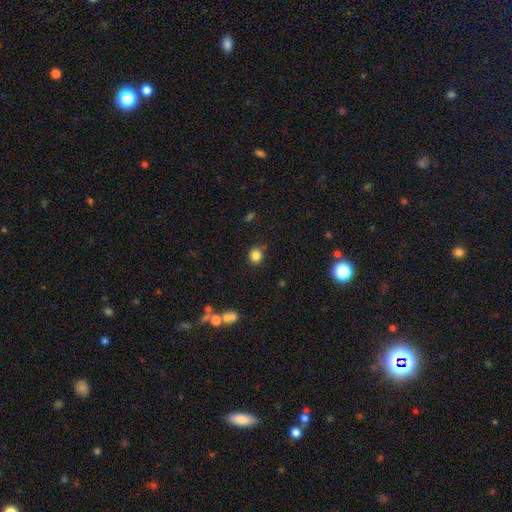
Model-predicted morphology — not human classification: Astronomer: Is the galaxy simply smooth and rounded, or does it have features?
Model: smooth — 83%.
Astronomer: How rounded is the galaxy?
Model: round — 89%.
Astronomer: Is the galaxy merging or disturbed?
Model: none — 85%.